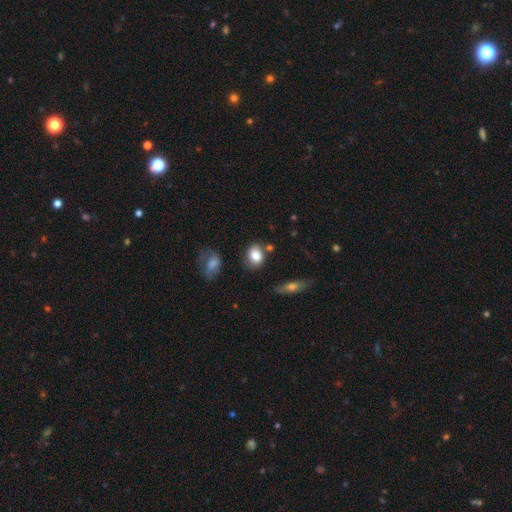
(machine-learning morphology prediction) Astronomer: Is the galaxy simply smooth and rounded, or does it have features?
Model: smooth — 82%.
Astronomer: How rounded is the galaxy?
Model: in between — 63%.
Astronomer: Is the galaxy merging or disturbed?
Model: none — 68%.